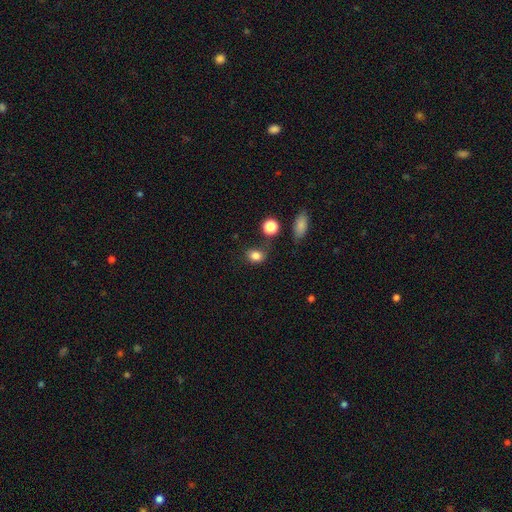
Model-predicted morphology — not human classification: This appears to be a smooth galaxy with no disk features (82%) that is in between round and cigar-shaped (51%). Merging: none (68%).